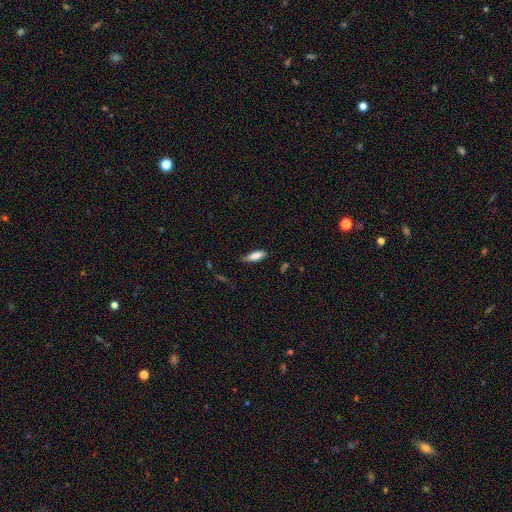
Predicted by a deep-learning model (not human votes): A smooth galaxy with no disk features (80%) that is in between round and cigar-shaped (63%).

Vote fractions:
- Smooth or featured? smooth: 80% / featured or disk: 12% / star or artifact: 7%
- How rounded? in between: 63% / cigar-shaped: 35% / round: 2%
- Merging? none: 67% / minor disturbance: 26% / major disturbance: 5% / merger: 2%